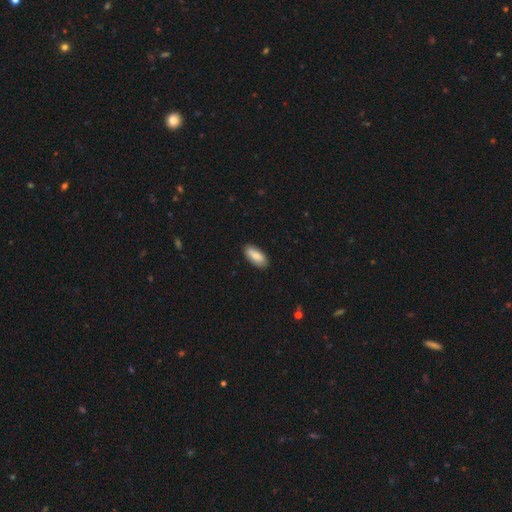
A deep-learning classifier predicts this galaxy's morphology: Smooth or featured: smooth — 85% (featured or disk — 10%)
How rounded: in between — 86% (cigar-shaped — 12%)
Merging: none — 88% (minor disturbance — 9%)